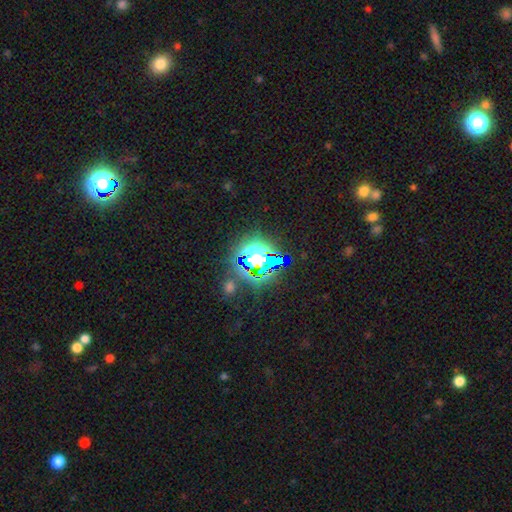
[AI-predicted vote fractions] Smooth or featured? Predicted: star or artifact (p=0.81).